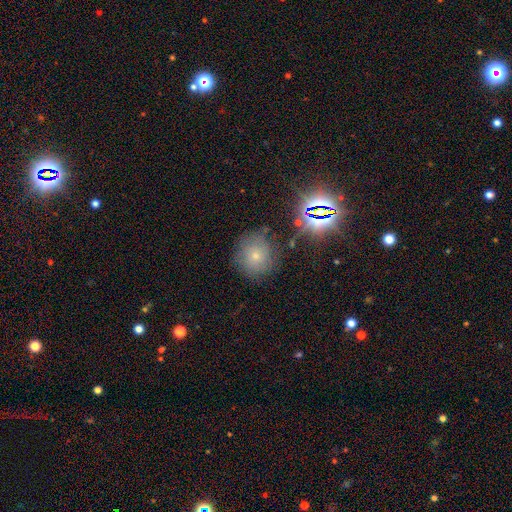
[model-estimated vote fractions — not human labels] Smooth or featured? Predicted: smooth (p=0.64). How rounded? Predicted: round (p=0.89). Merging? Predicted: none (p=0.78).